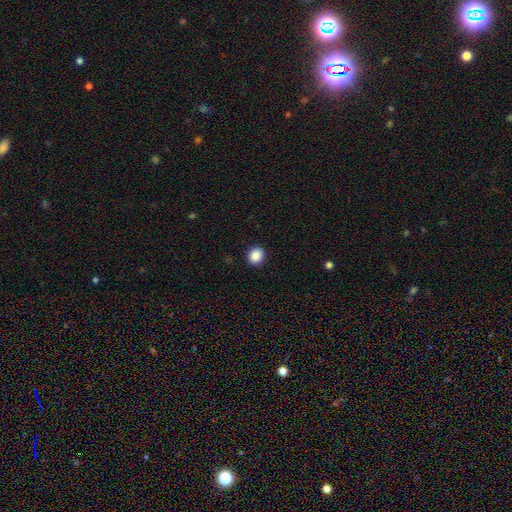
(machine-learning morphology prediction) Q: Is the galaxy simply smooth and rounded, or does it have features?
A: smooth — 88%.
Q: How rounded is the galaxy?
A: round — 80%.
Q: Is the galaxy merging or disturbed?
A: none — 92%.